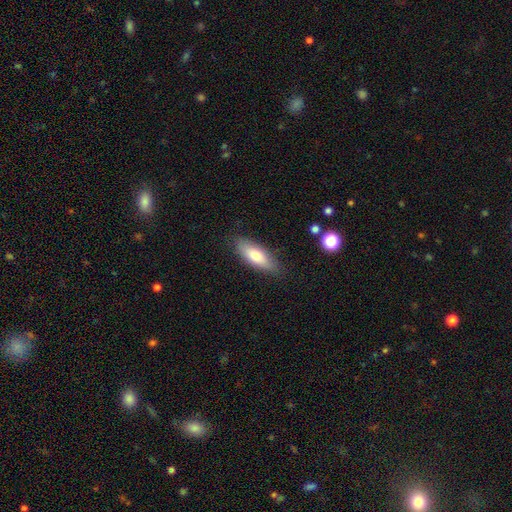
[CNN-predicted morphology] A smooth galaxy with no disk features (73%) that is in between round and cigar-shaped (65%). Merging: none (84%).